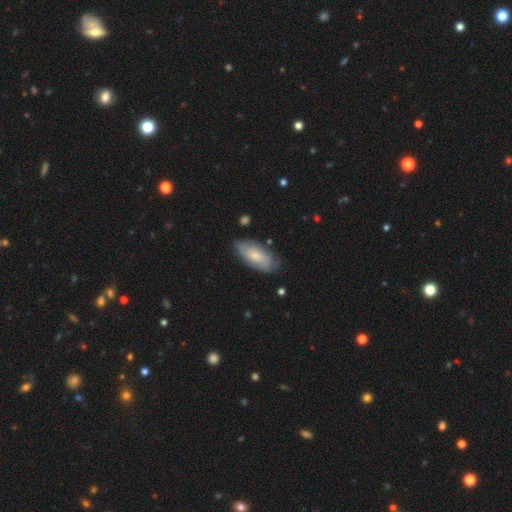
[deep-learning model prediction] Q: Smooth or featured?
A: smooth (52%); runner-up: featured or disk (42%)
Q: How rounded?
A: in between (87%); runner-up: cigar-shaped (11%)
Q: Merging?
A: none (71%); runner-up: minor disturbance (22%)